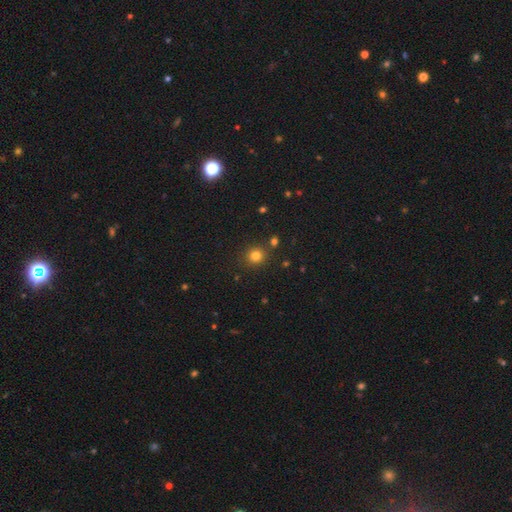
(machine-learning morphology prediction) A smooth galaxy with no disk features (79%) that is round (88%).

Vote fractions:
- Smooth or featured? smooth: 79% / star or artifact: 15% / featured or disk: 5%
- How rounded? round: 88% / in between: 11% / cigar-shaped: 1%
- Merging? none: 85% / minor disturbance: 7% / merger: 5% / major disturbance: 2%